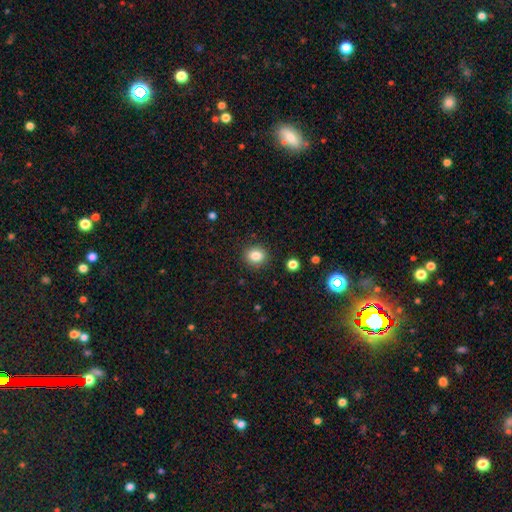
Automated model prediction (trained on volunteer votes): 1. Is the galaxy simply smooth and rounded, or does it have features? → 84% smooth, 11% star or artifact, 6% featured or disk.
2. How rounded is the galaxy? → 76% round, 24% in between, 1% cigar-shaped.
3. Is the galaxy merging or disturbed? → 89% none, 7% minor disturbance, 2% major disturbance, 1% merger.